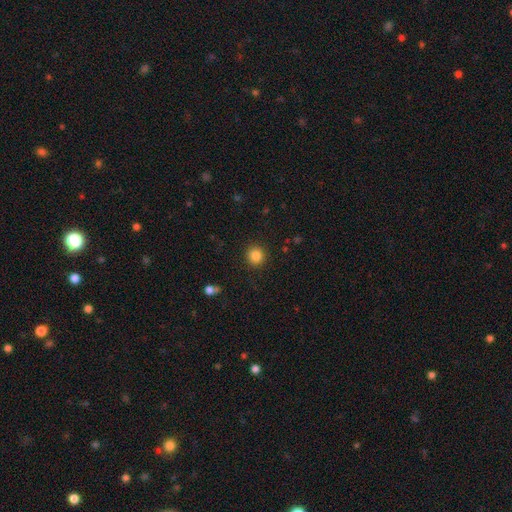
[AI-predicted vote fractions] Smooth or featured?
  - smooth: 84% *
  - star or artifact: 11%
  - featured or disk: 5%
How rounded?
  - round: 93% *
  - in between: 6%
  - cigar-shaped: 1%
Merging?
  - none: 91% *
  - minor disturbance: 5%
  - major disturbance: 2%
  - merger: 1%